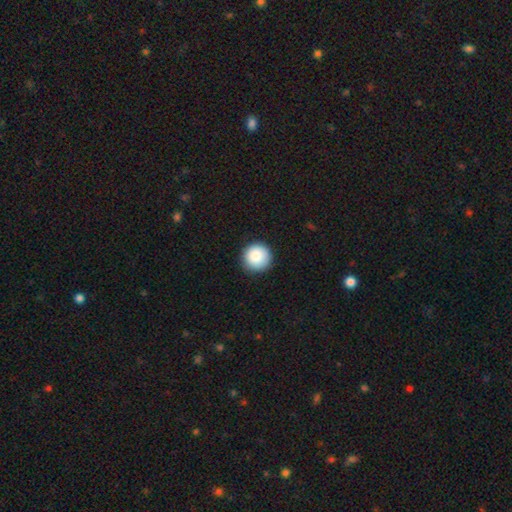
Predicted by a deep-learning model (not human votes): This appears to be a smooth galaxy with no disk features (87%) that is round (96%). Merging: none (91%).